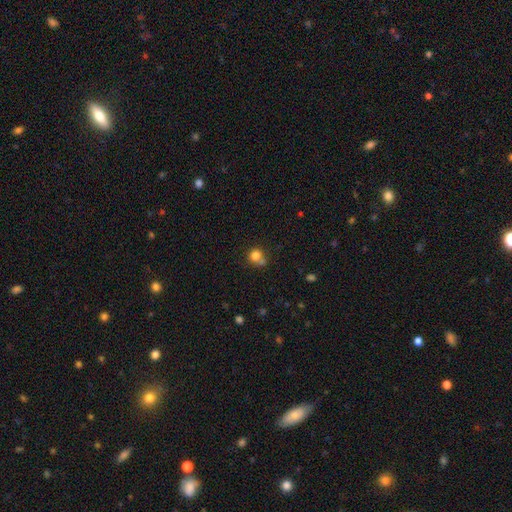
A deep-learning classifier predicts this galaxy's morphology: type=smooth (79%); roundness=round (82%); merging=none (51%).